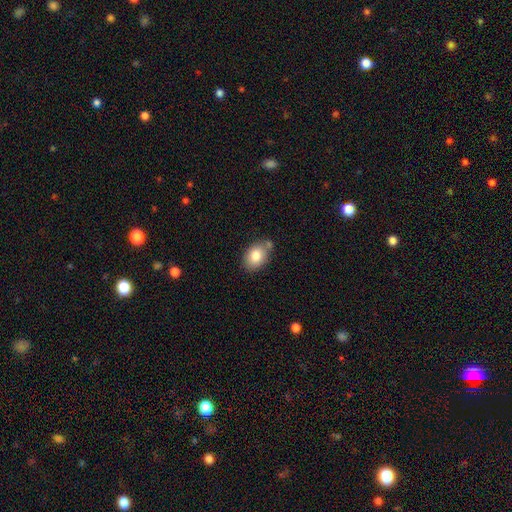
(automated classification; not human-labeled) Overall: smooth (81%). How rounded: in between (78%). Merging: none (68%).